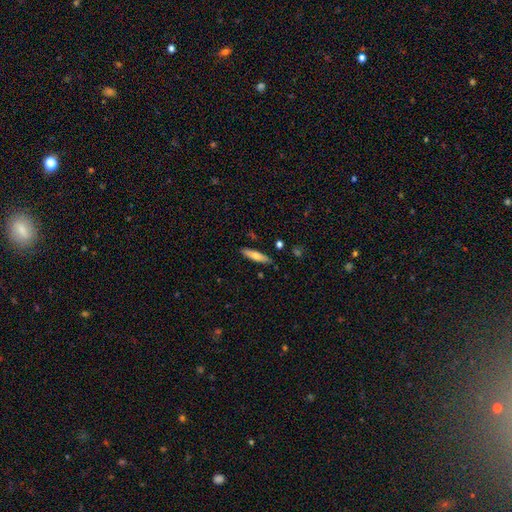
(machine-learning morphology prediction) Q: Smooth or featured?
A: smooth (68%); runner-up: featured or disk (26%)
Q: How rounded?
A: cigar-shaped (74%); runner-up: in between (25%)
Q: Merging?
A: none (86%); runner-up: minor disturbance (10%)